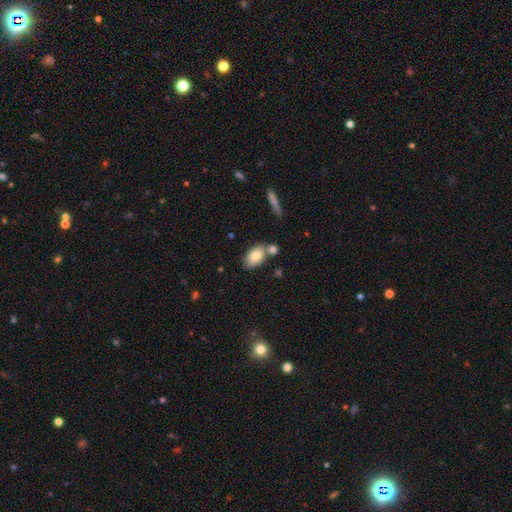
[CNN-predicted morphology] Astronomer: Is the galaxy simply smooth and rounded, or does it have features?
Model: smooth — 78%.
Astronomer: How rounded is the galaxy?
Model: in between — 91%.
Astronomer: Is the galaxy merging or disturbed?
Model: none — 60%.